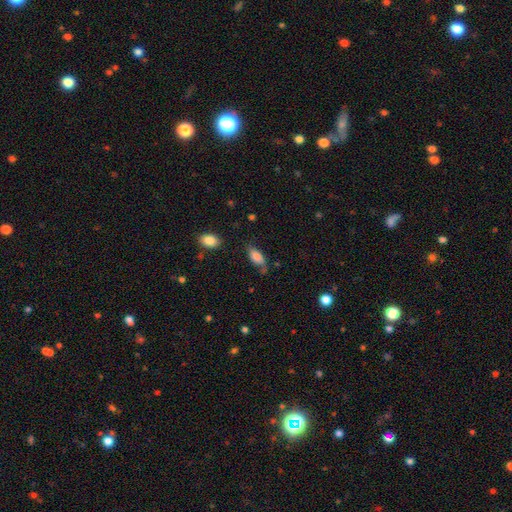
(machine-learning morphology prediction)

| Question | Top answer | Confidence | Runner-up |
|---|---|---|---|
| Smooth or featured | smooth | 78% | featured or disk (14%) |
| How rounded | in between | 85% | cigar-shaped (12%) |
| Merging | none | 61% | minor disturbance (27%) |